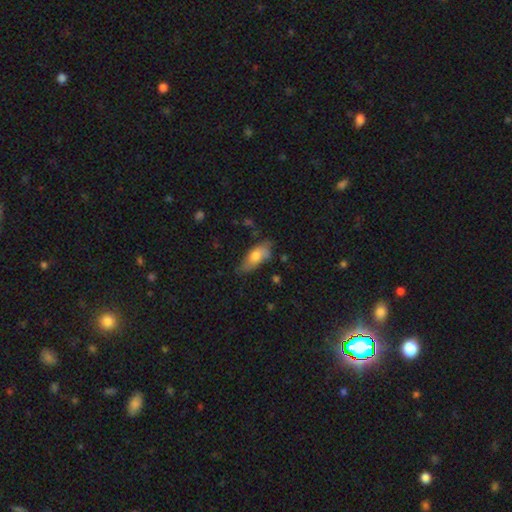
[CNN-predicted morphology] The model was most divided on "merging": none: 53%, minor disturbance: 32%, major disturbance: 11%, merger: 4%. More confident: how rounded — in between (77%); smooth or featured — smooth (68%).